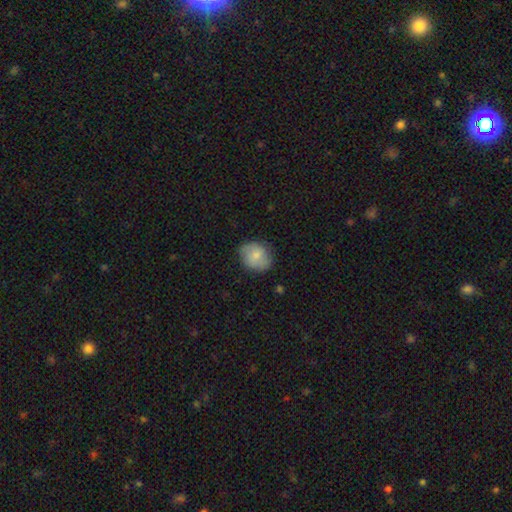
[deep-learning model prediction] Smooth or featured? Predicted: smooth (p=0.70). How rounded? Predicted: round (p=0.62). Merging? Predicted: none (p=0.76).